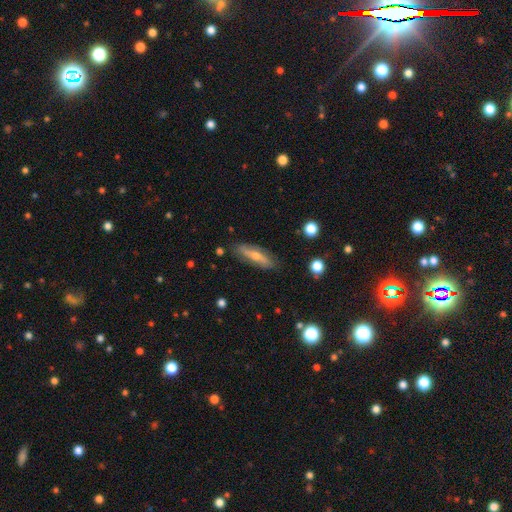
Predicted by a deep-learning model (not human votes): Smooth or featured? Predicted: featured or disk (p=0.49). Merging? Predicted: none (p=0.81).